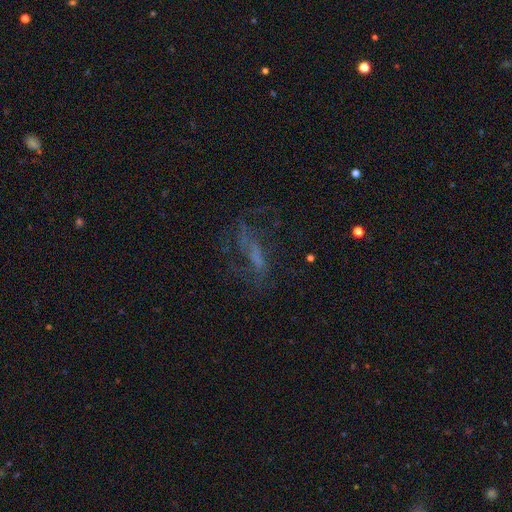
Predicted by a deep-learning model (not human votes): Q: Smooth or featured?
A: featured or disk (48%); runner-up: smooth (27%)
Q: Merging?
A: none (48%); runner-up: major disturbance (31%)